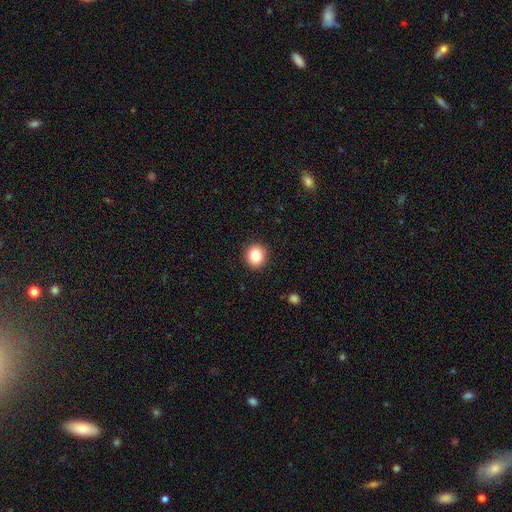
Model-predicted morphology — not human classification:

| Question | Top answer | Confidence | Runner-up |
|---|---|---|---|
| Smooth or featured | smooth | 85% | star or artifact (10%) |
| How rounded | round | 88% | in between (11%) |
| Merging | none | 92% | minor disturbance (6%) |